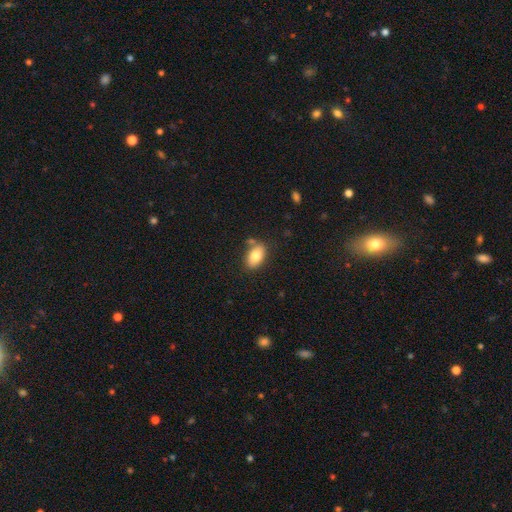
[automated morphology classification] Q: Smooth or featured?
A: smooth (81%); runner-up: featured or disk (12%)
Q: How rounded?
A: in between (91%); runner-up: round (6%)
Q: Merging?
A: none (74%); runner-up: minor disturbance (14%)